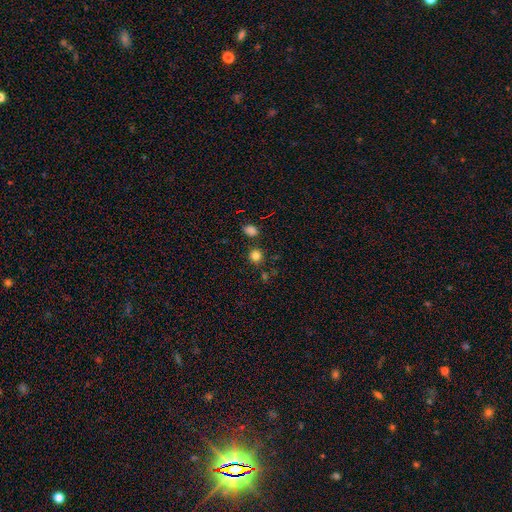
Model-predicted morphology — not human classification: smooth 82%, star or artifact 14%, featured or disk 5%. Down the decision tree: how rounded — round (87%); merging — none (82%).